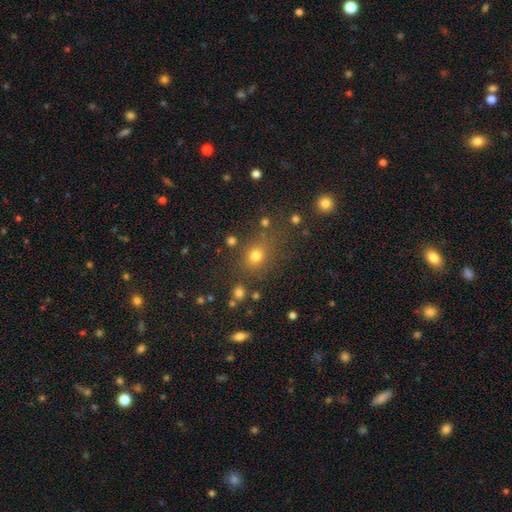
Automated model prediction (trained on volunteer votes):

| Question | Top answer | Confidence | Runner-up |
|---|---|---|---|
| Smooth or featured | smooth | 70% | star or artifact (21%) |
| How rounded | round | 71% | in between (28%) |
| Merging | none | 74% | minor disturbance (13%) |